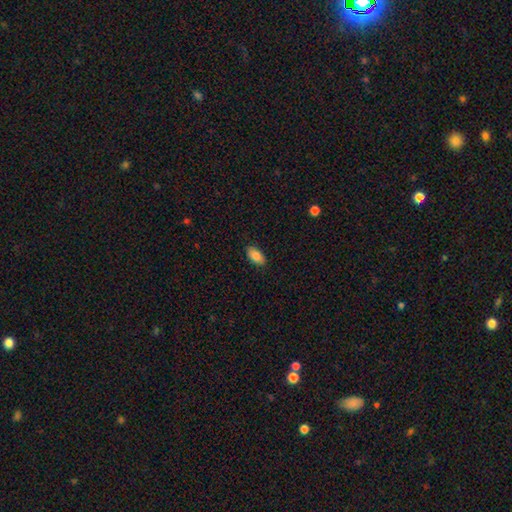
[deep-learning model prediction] smooth 84%, featured or disk 9%, star or artifact 7%. Down the decision tree: how rounded — in between (93%); merging — none (88%).